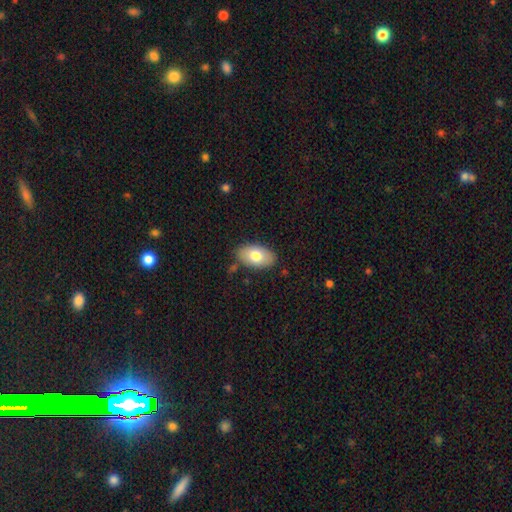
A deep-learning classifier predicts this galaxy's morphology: Smooth or featured? smooth (75%)
How rounded? in between (94%)
Merging? none (83%)